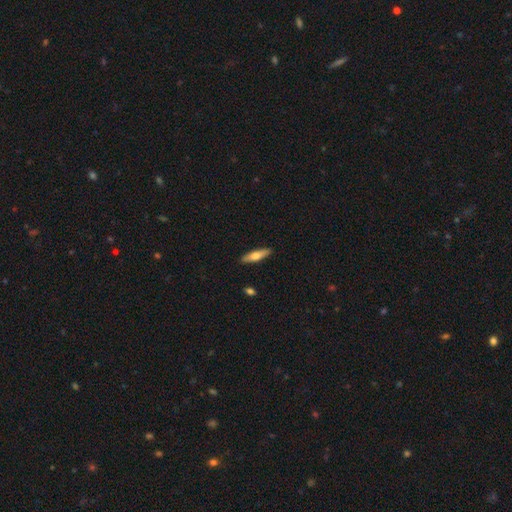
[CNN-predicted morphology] A smooth galaxy with no disk features (57%) that is cigar-shaped (71%).

Vote fractions:
- Smooth or featured? smooth: 57% / featured or disk: 37% / star or artifact: 6%
- How rounded? cigar-shaped: 71% / in between: 27% / round: 2%
- Merging? none: 90% / minor disturbance: 7% / major disturbance: 2% / merger: 1%